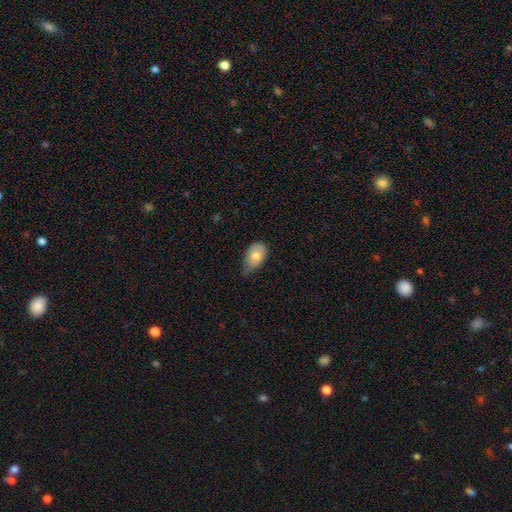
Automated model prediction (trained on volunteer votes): Q: Smooth or featured?
A: smooth (76%); runner-up: featured or disk (17%)
Q: How rounded?
A: in between (88%); runner-up: round (11%)
Q: Merging?
A: minor disturbance (51%); runner-up: none (37%)